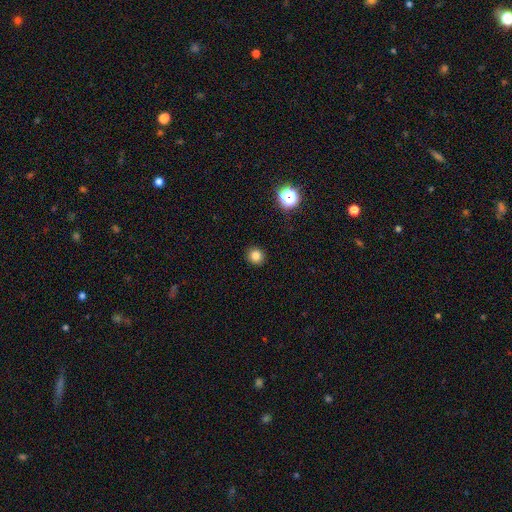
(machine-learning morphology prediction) This is clearly a smooth galaxy (81%). How rounded: clearly round (91%). Merging: clearly none (92%).